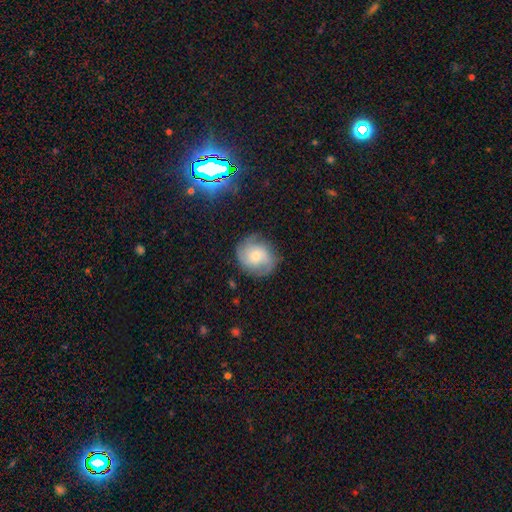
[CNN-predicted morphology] Smooth or featured? featured or disk (54%)
Edge-on disk? no (97%)
Bar? no (66%)
Spiral arms? yes (89%)
Bulge size? small (49%)
Merging? none (74%)